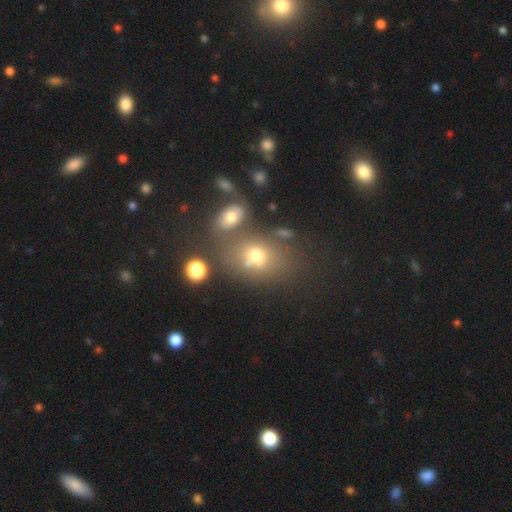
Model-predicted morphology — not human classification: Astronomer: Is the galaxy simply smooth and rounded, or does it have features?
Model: smooth — 66%.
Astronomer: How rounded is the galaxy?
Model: in between — 56% (runner-up: round, 43%).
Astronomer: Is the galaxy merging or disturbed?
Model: none — 50%.